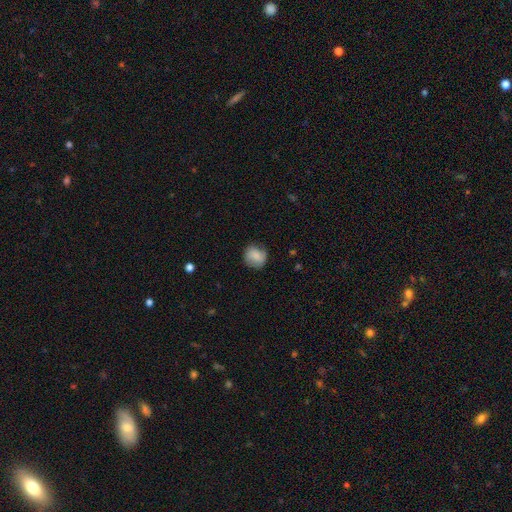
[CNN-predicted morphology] type=smooth (82%); roundness=round (79%); merging=none (73%).